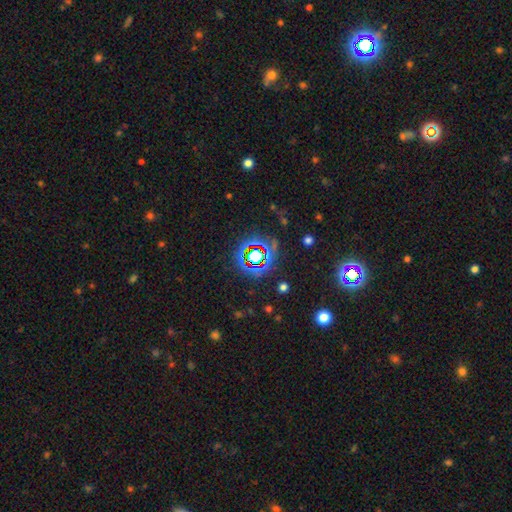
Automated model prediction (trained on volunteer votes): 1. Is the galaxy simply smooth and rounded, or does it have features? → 71% star or artifact, 18% smooth, 11% featured or disk.